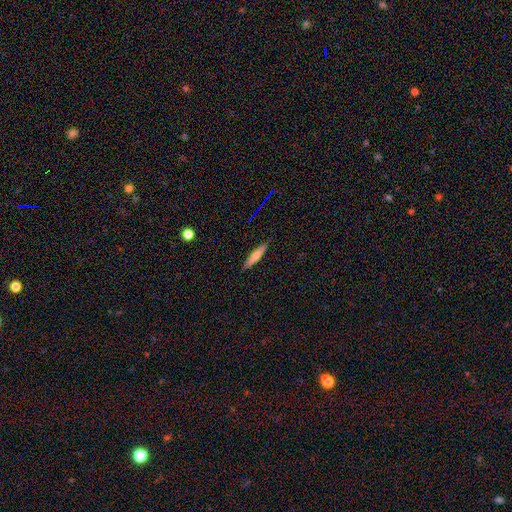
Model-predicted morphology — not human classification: Q: Smooth or featured?
A: smooth (67%); runner-up: featured or disk (26%)
Q: How rounded?
A: cigar-shaped (85%); runner-up: in between (13%)
Q: Merging?
A: none (89%); runner-up: minor disturbance (8%)